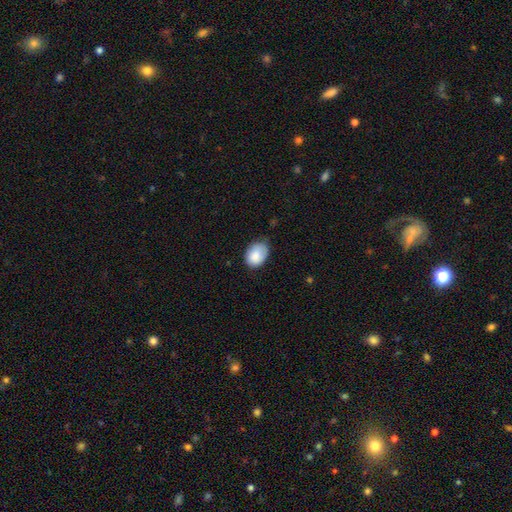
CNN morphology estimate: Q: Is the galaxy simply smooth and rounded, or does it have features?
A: smooth — 85%.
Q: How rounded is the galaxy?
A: in between — 72%.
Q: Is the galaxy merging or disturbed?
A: none — 62%.